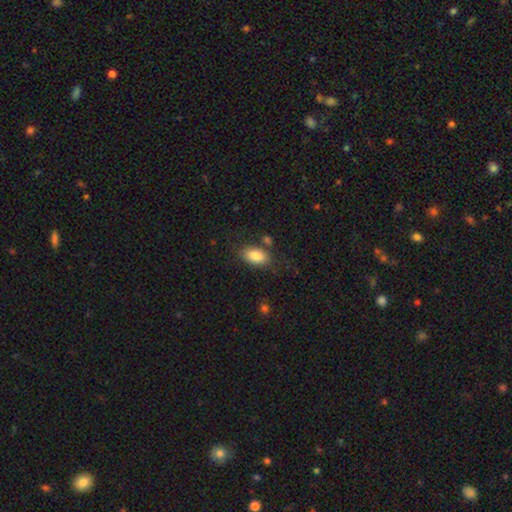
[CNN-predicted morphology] Overall: smooth (83%). How rounded: in between (91%). Merging: none (76%).